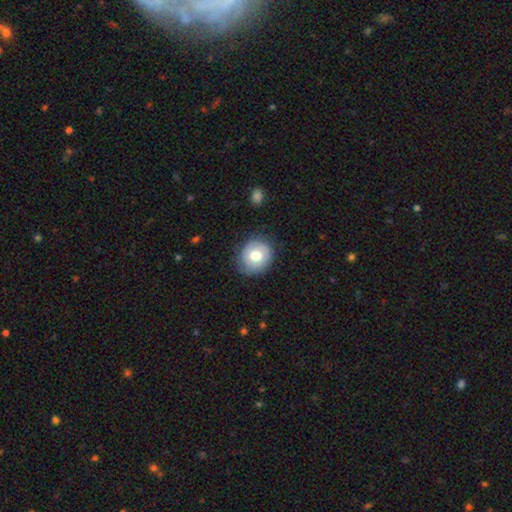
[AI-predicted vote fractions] smooth-or-featured: smooth: 70% | featured or disk: 22% | star or artifact: 8%
  how-rounded: round: 77% | in between: 22% | cigar-shaped: 1%
  merging: none: 78% | minor disturbance: 16% | major disturbance: 4% | merger: 1%